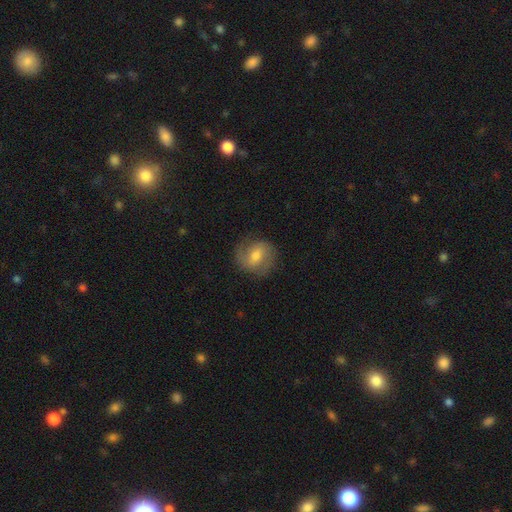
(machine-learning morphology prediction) A featured or disk galaxy (53%) with a weak bar (50%), spiral arms (83%) and a moderate central bulge (62%).

Vote fractions:
- Smooth or featured? featured or disk: 53% / smooth: 39% / star or artifact: 8%
- Edge-on disk? no: 96% / yes: 4%
- Bar? weak: 50% / no: 31% / strong: 19%
- Spiral arms? yes: 83% / no: 17%
- Bulge size? moderate: 62% / small: 25% / large: 9% / none: 3% / dominant: 1%
- Merging? none: 78% / minor disturbance: 14% / major disturbance: 6% / merger: 1%